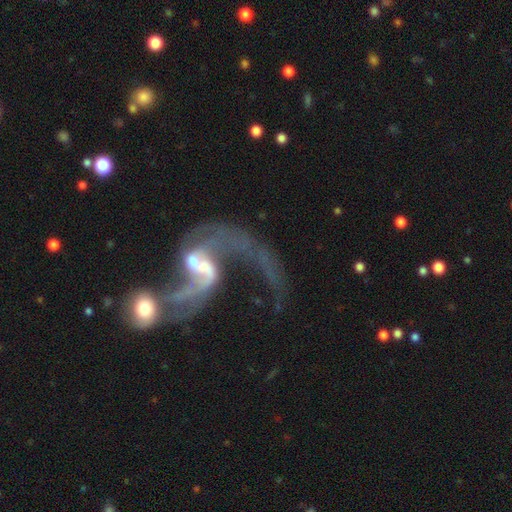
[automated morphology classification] A featured or disk galaxy (82%) with a weak bar (44%), 2 (63%) loose (79%) spiral arms (85%) and a small central bulge (41%). Merging: merger (59%).